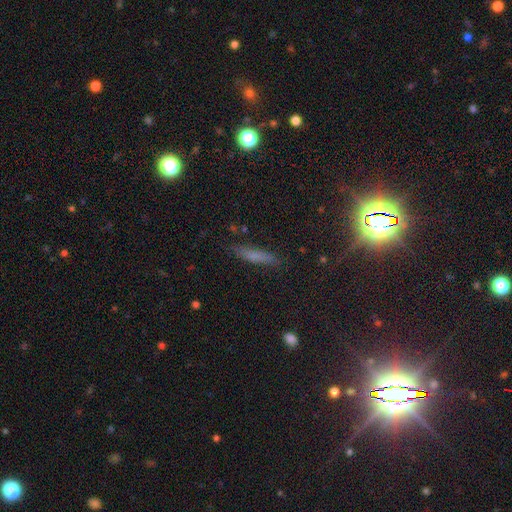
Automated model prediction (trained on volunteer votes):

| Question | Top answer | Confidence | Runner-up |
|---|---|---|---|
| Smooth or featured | smooth | 61% | featured or disk (23%) |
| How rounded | cigar-shaped | 84% | in between (14%) |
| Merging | none | 83% | minor disturbance (13%) |